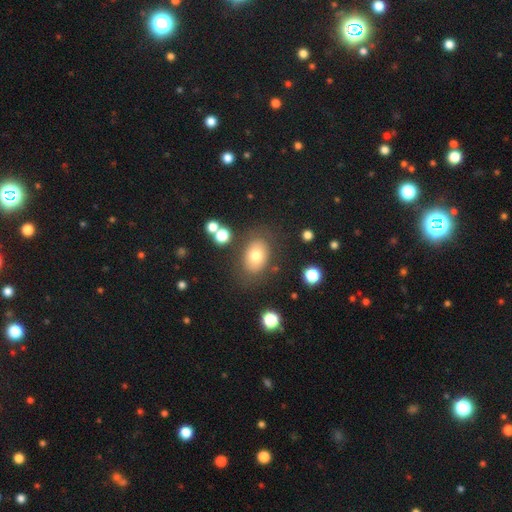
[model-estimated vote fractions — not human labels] This appears to be a smooth galaxy with no disk features (72%) that is in between round and cigar-shaped (72%). Merging: none (77%).